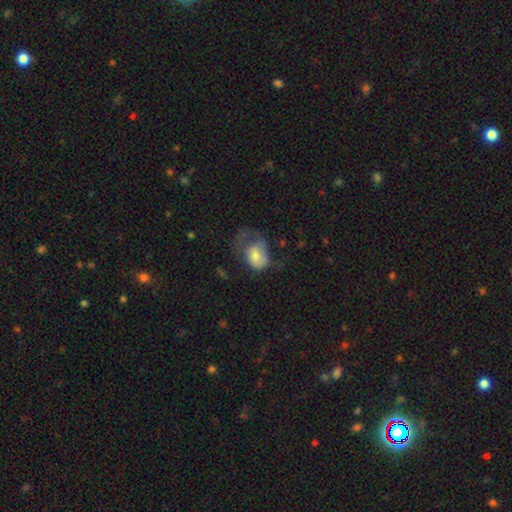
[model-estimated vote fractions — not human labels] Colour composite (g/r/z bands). It shows a smooth galaxy with no disk features (63%) that is in between round and cigar-shaped (70%). Merging: major disturbance (57%).